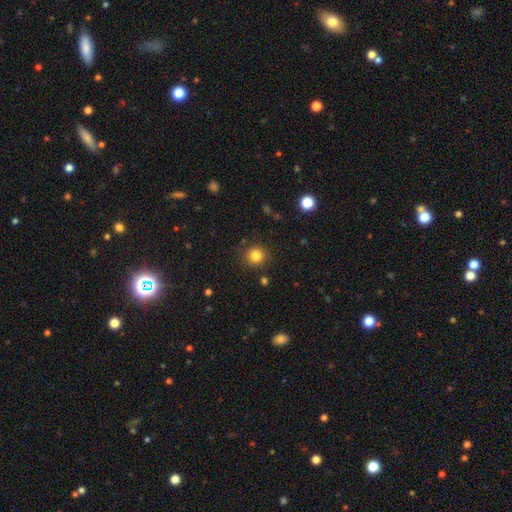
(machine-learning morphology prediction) smooth 83%, star or artifact 12%, featured or disk 5%. Down the decision tree: how rounded — round (92%); merging — none (87%).